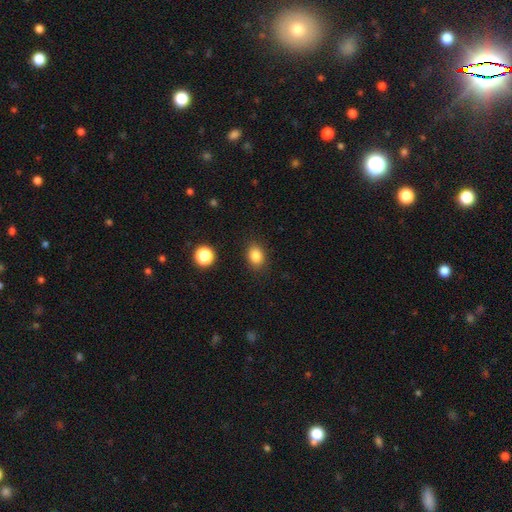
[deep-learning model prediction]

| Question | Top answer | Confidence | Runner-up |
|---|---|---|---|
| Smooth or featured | smooth | 84% | star or artifact (11%) |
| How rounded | in between | 62% | round (37%) |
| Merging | none | 86% | minor disturbance (10%) |